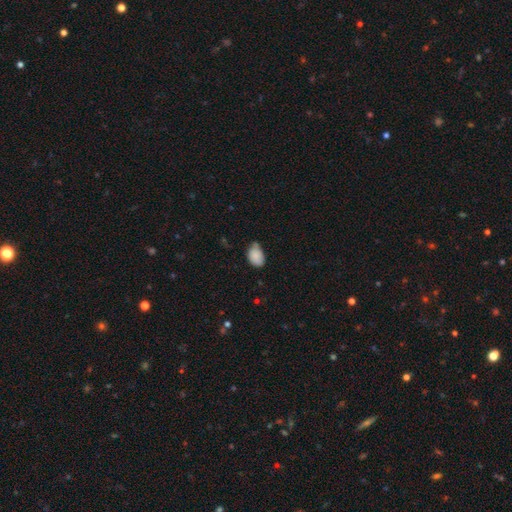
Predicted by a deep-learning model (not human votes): Smooth or featured: smooth — 86% (star or artifact — 8%)
How rounded: in between — 86% (round — 13%)
Merging: none — 49% (minor disturbance — 41%)